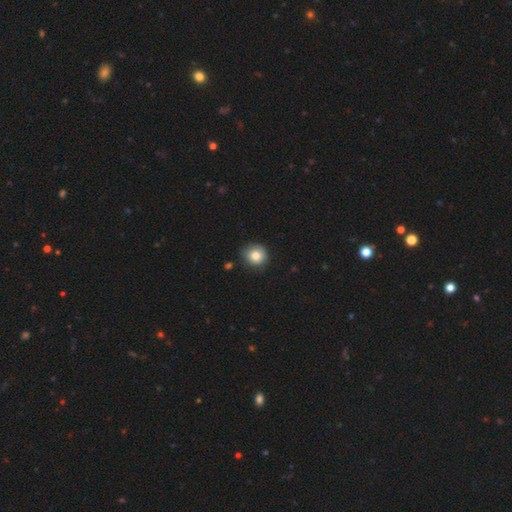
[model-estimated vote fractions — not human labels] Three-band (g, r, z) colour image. It shows a smooth galaxy with no disk features (82%) that is round (88%). Merging: none (79%).